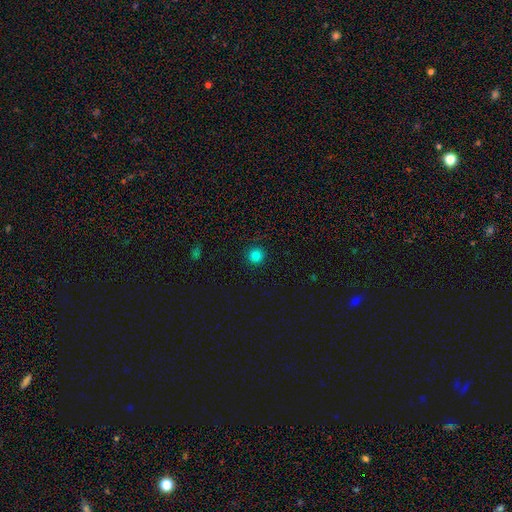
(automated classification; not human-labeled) Smooth or featured? Predicted: smooth (p=0.83). How rounded? Predicted: round (p=0.95). Merging? Predicted: none (p=0.91).